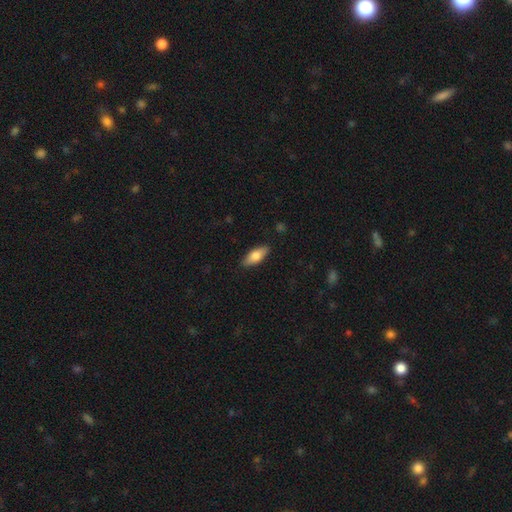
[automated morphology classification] Smooth or featured? smooth (74%)
How rounded? in between (77%)
Merging? none (88%)